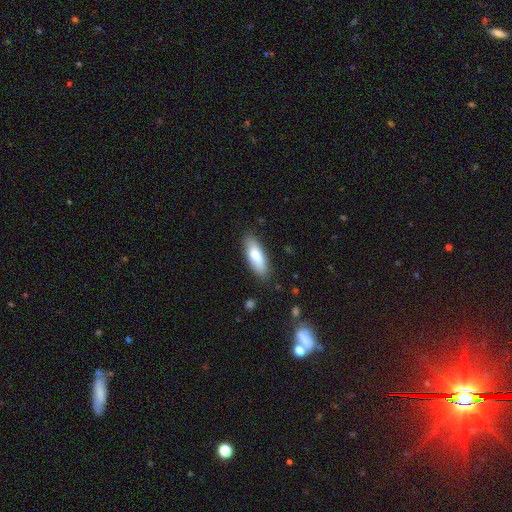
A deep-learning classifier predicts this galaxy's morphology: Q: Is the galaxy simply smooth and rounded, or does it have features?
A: smooth — 75%.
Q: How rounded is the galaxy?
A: in between — 62%.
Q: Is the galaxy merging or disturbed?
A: none — 84%.